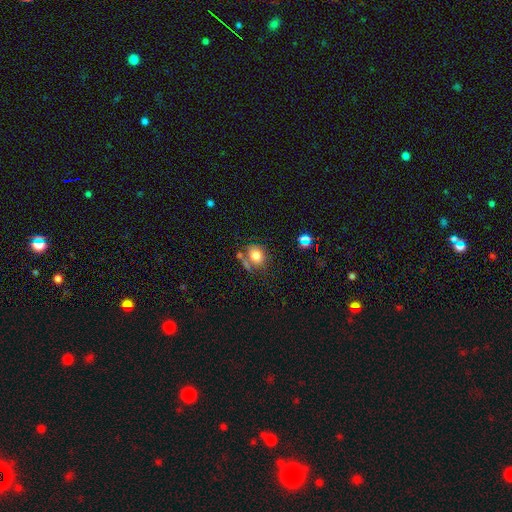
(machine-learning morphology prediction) Smooth or featured: smooth — 76% (featured or disk — 13%)
How rounded: round — 59% (in between — 39%)
Merging: none — 55% (minor disturbance — 18%)